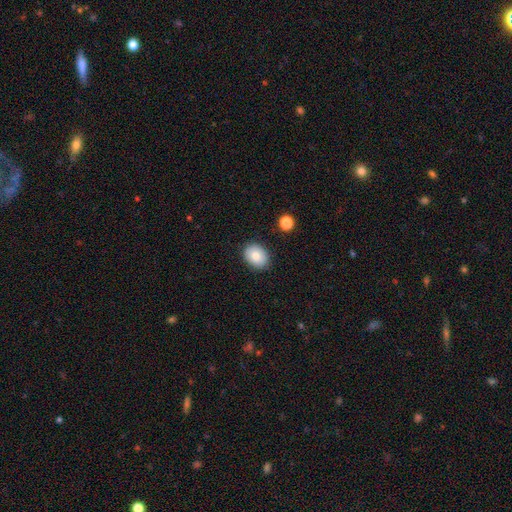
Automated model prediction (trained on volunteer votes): smooth_or_featured: smooth (p=0.81) [alt: featured or disk p=0.10]
how_rounded: in between (p=0.59) [alt: round p=0.40]
merging: none (p=0.87) [alt: minor disturbance p=0.09]